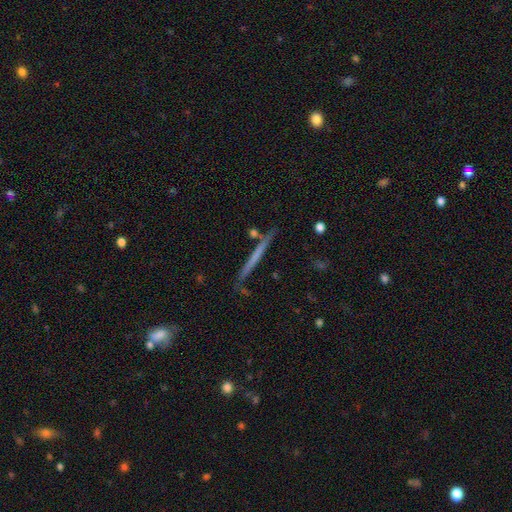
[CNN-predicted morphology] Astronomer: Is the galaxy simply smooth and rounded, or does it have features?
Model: featured or disk — 51% (runner-up: smooth, 42%).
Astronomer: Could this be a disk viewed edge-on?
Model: yes — 96%.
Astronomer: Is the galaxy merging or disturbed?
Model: none — 83%.